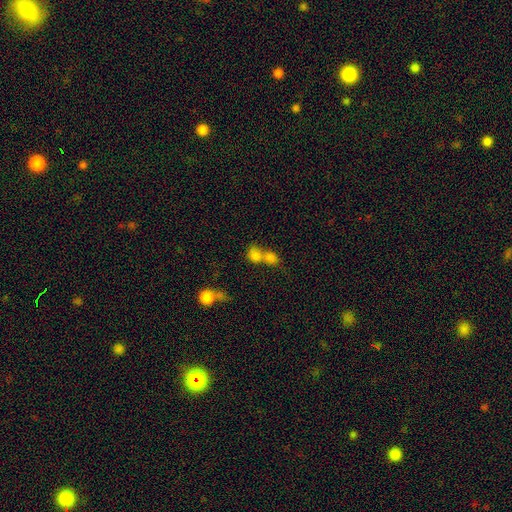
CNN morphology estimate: A smooth galaxy with no disk features (77%) that is round (55%).

Vote fractions:
- Smooth or featured? smooth: 77% / star or artifact: 12% / featured or disk: 11%
- How rounded? round: 55% / in between: 43% / cigar-shaped: 2%
- Merging? merger: 68% / none: 23% / minor disturbance: 5% / major disturbance: 4%